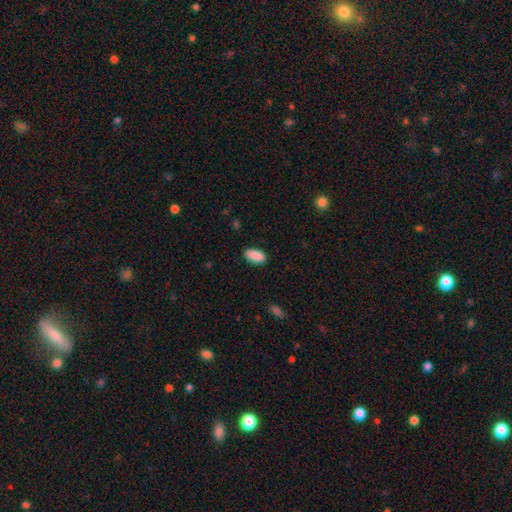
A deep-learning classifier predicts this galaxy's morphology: Overall: smooth (90%). How rounded: in between (93%). Merging: none (84%).